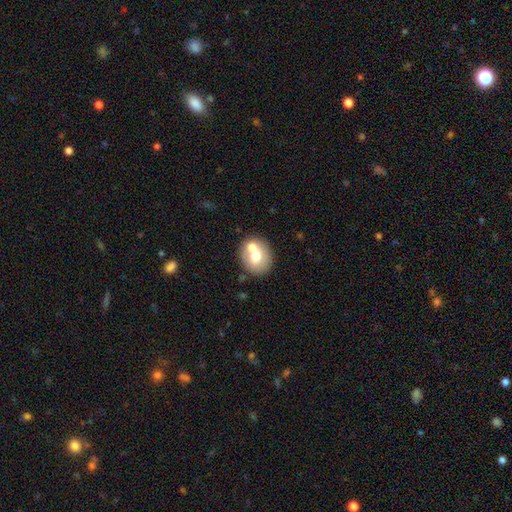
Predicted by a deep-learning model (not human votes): Smooth or featured?
  - smooth: 66% *
  - featured or disk: 25%
  - star or artifact: 9%
How rounded?
  - round: 61% *
  - in between: 38%
  - cigar-shaped: 1%
Merging?
  - none: 58% *
  - merger: 28%
  - minor disturbance: 11%
  - major disturbance: 3%